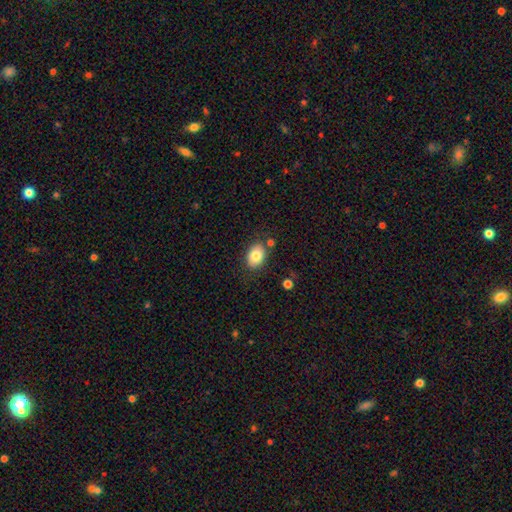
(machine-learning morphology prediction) This appears to be a smooth galaxy with no disk features (82%) that is in between round and cigar-shaped (80%). Merging: none (81%).